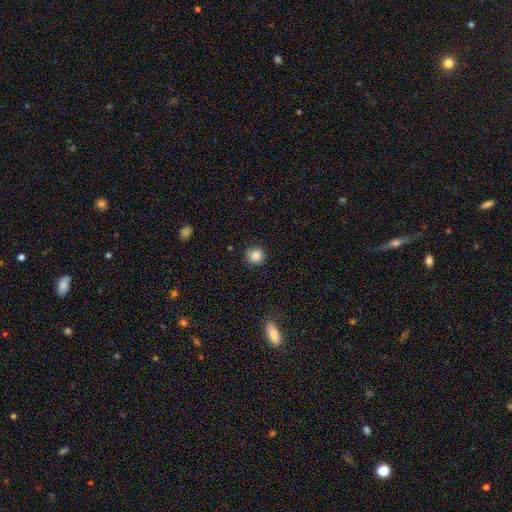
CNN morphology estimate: smooth-or-featured: smooth: 86% | star or artifact: 10% | featured or disk: 4%
  how-rounded: round: 93% | in between: 6% | cigar-shaped: 1%
  merging: none: 89% | minor disturbance: 8% | major disturbance: 2% | merger: 1%